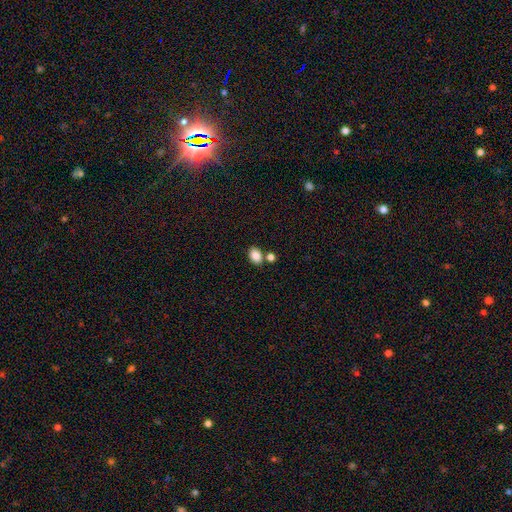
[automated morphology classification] smooth_or_featured: smooth (p=0.86) [alt: star or artifact p=0.09]
how_rounded: in between (p=0.77) [alt: round p=0.22]
merging: none (p=0.68) [alt: merger p=0.19]